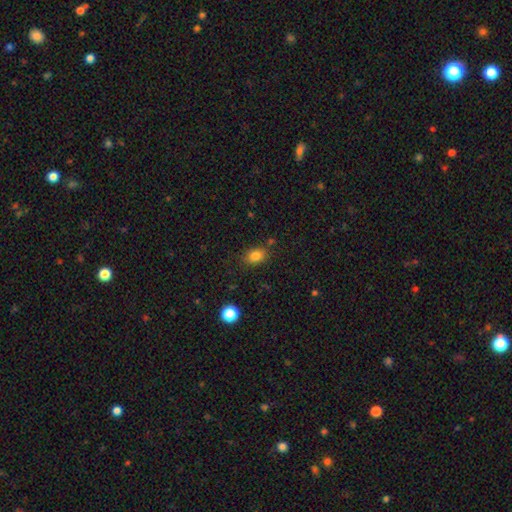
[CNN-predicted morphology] smooth-or-featured: smooth: 82% | star or artifact: 12% | featured or disk: 6%
  how-rounded: in between: 70% | round: 29% | cigar-shaped: 1%
  merging: none: 79% | minor disturbance: 13% | merger: 4% | major disturbance: 4%